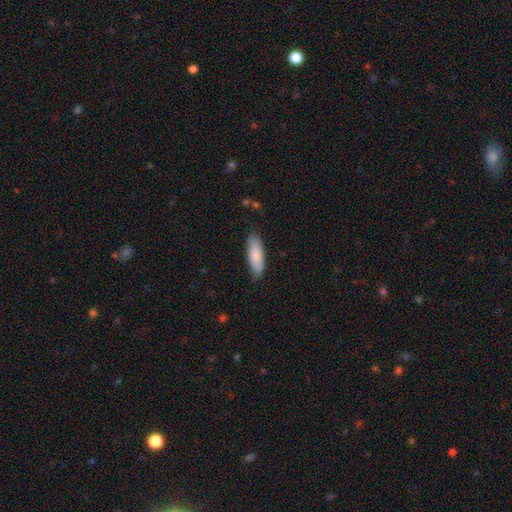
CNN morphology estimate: smooth 84%, featured or disk 11%, star or artifact 5%. Down the decision tree: how rounded — in between (61%); merging — none (83%).